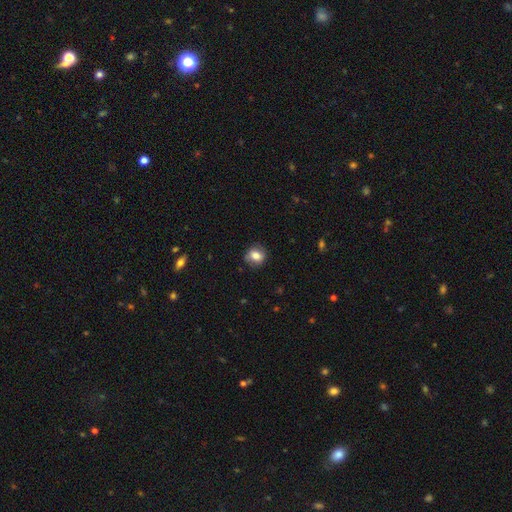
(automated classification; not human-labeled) A smooth galaxy with no disk features (76%) that is round (60%).

Vote fractions:
- Smooth or featured? smooth: 76% / featured or disk: 15% / star or artifact: 9%
- How rounded? round: 60% / in between: 38% / cigar-shaped: 1%
- Merging? none: 81% / minor disturbance: 14% / major disturbance: 4% / merger: 1%